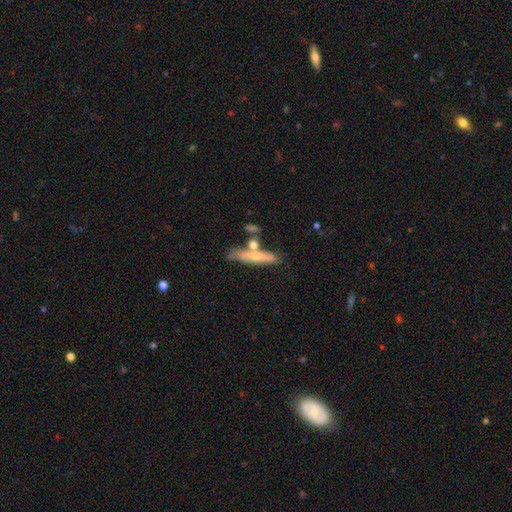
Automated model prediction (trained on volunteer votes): smooth 59%, featured or disk 34%, star or artifact 7%. Down the decision tree: how rounded — cigar-shaped (84%); merging — none (60%).